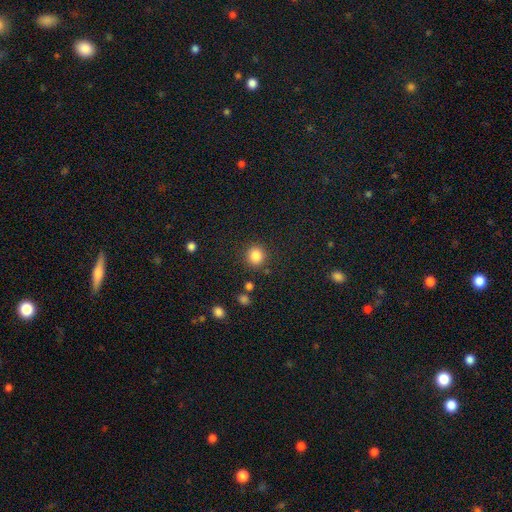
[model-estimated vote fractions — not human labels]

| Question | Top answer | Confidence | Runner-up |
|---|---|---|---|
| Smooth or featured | smooth | 84% | star or artifact (11%) |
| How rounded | round | 89% | in between (10%) |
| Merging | none | 87% | minor disturbance (7%) |